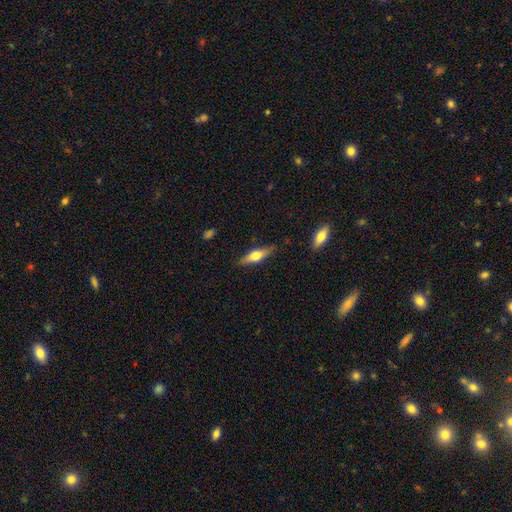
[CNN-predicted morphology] The model was most divided on "smooth or featured": smooth: 48%, featured or disk: 46%, star or artifact: 6%. More confident: merging — none (83%).